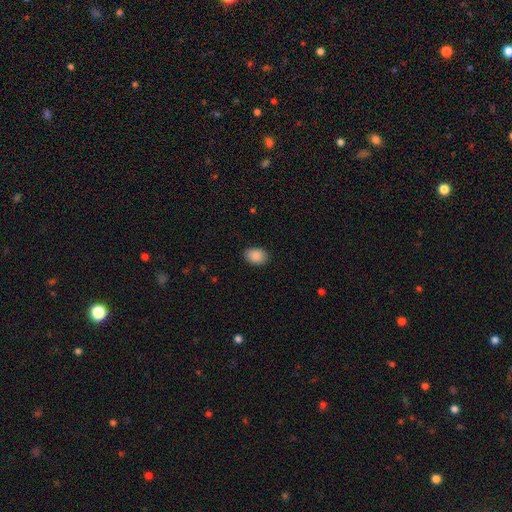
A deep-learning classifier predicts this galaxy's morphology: Smooth or featured? Predicted: smooth (p=0.89). How rounded? Predicted: in between (p=0.76). Merging? Predicted: none (p=0.87).